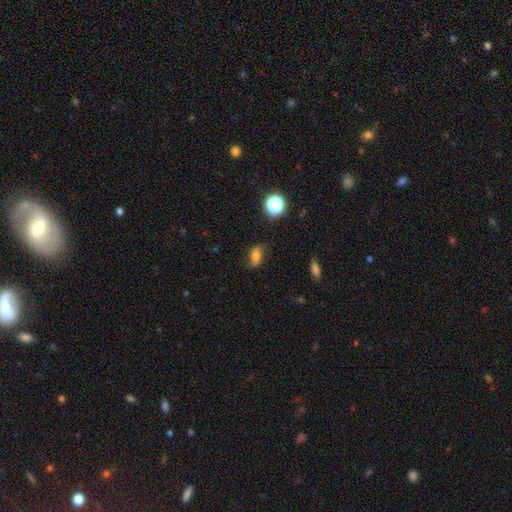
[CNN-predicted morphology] type=smooth (68%); roundness=in between (80%); merging=none (72%).